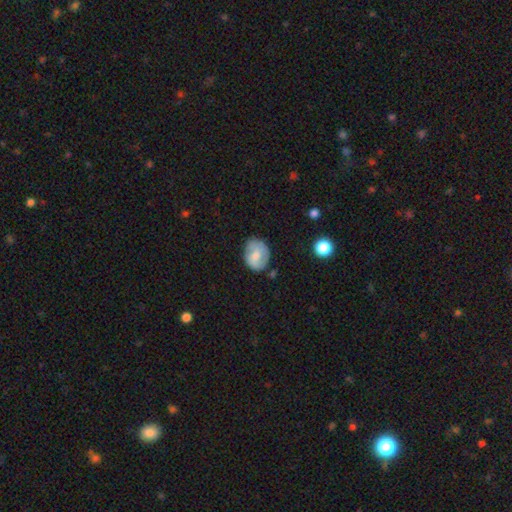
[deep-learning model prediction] Q: Smooth or featured?
A: smooth (59%); runner-up: featured or disk (34%)
Q: How rounded?
A: in between (57%); runner-up: round (42%)
Q: Merging?
A: none (64%); runner-up: minor disturbance (26%)